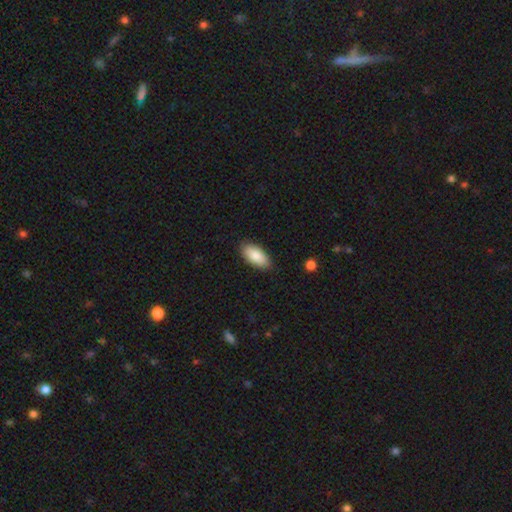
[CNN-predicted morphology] A smooth galaxy with no disk features (86%) that is in between round and cigar-shaped (91%).

Vote fractions:
- Smooth or featured? smooth: 86% / featured or disk: 8% / star or artifact: 6%
- How rounded? in between: 91% / cigar-shaped: 7% / round: 2%
- Merging? none: 86% / minor disturbance: 11% / major disturbance: 2% / merger: 1%